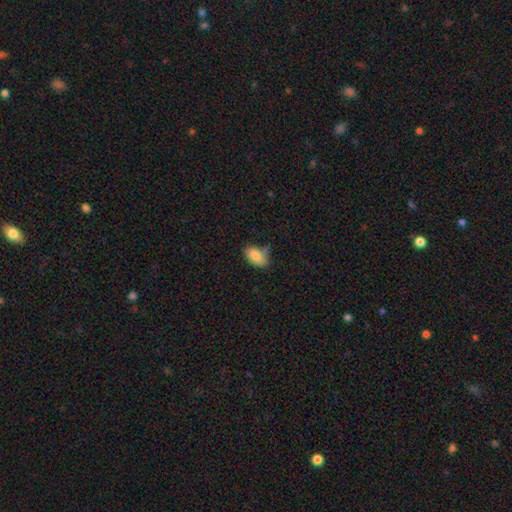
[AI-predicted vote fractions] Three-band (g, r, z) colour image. It shows a smooth galaxy with no disk features (82%) that is in between round and cigar-shaped (92%). Merging: none (55%).